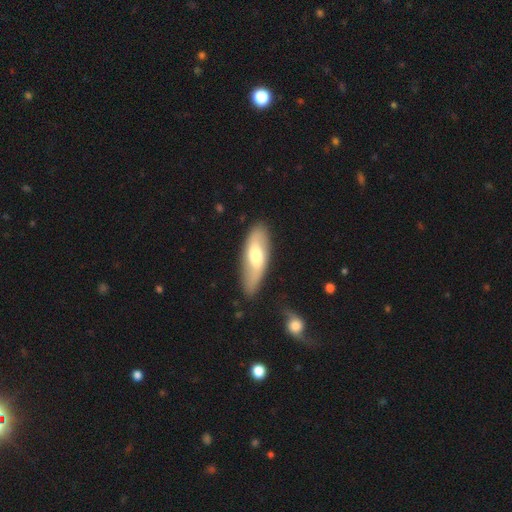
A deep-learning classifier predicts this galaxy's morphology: type=smooth (51%); roundness=in between (65%); merging=none (77%).